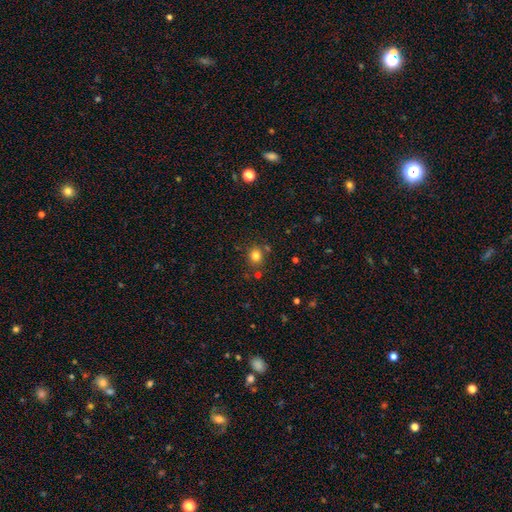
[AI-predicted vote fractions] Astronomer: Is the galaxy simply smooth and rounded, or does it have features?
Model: smooth — 78%.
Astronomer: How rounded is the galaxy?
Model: round — 80%.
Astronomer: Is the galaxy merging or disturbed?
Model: none — 78%.